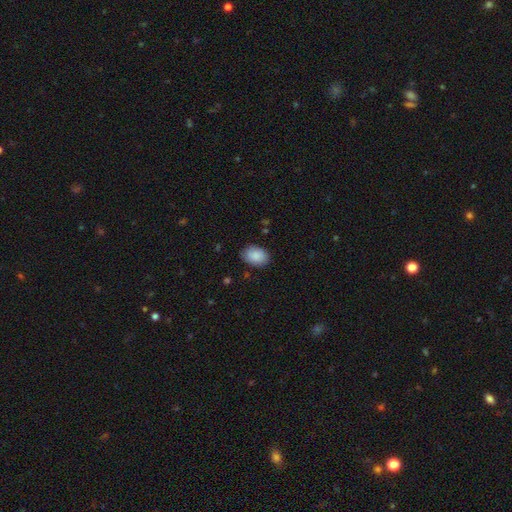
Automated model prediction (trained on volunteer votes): Q: Smooth or featured?
A: smooth (89%); runner-up: star or artifact (6%)
Q: How rounded?
A: in between (82%); runner-up: round (17%)
Q: Merging?
A: none (85%); runner-up: minor disturbance (12%)